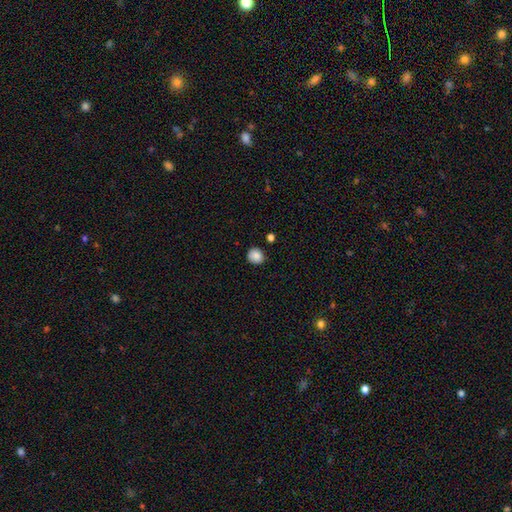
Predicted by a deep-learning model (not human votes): smooth 87%, star or artifact 9%, featured or disk 4%. Down the decision tree: how rounded — round (84%); merging — none (86%).